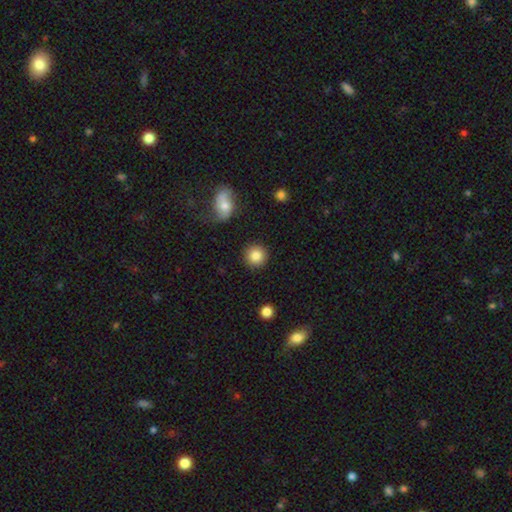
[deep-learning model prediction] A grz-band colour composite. It shows a smooth galaxy with no disk features (85%) that is round (93%). Merging: none (90%).